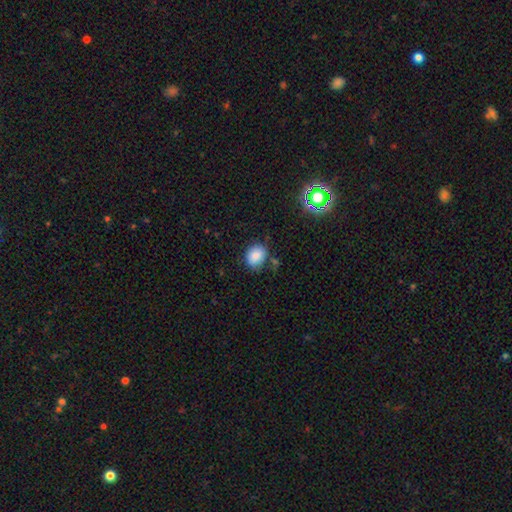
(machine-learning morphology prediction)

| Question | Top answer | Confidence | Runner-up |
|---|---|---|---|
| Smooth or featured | smooth | 84% | star or artifact (10%) |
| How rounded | in between | 53% | round (46%) |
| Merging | none | 71% | minor disturbance (19%) |